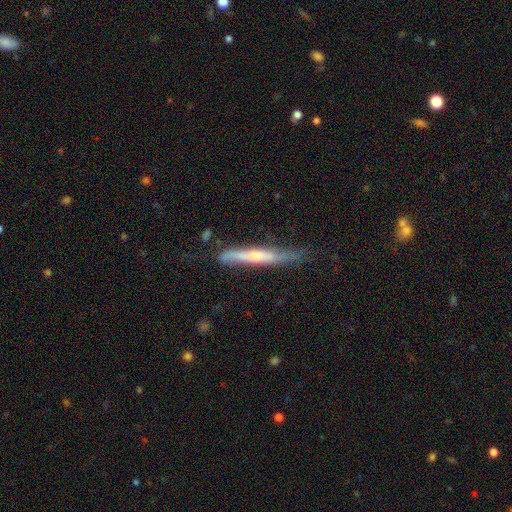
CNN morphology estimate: Smooth or featured?
  - featured or disk: 55% *
  - smooth: 40%
  - star or artifact: 6%
Edge-on disk?
  - yes: 87% *
  - no: 13%
Merging?
  - none: 57% *
  - minor disturbance: 30%
  - major disturbance: 9%
  - merger: 4%